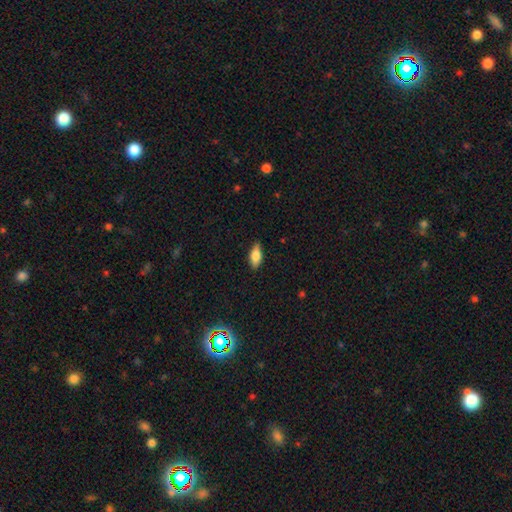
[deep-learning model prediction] Smooth or featured?
  - smooth: 77% *
  - featured or disk: 16%
  - star or artifact: 7%
How rounded?
  - in between: 81% *
  - cigar-shaped: 16%
  - round: 3%
Merging?
  - none: 83% *
  - minor disturbance: 13%
  - major disturbance: 2%
  - merger: 1%